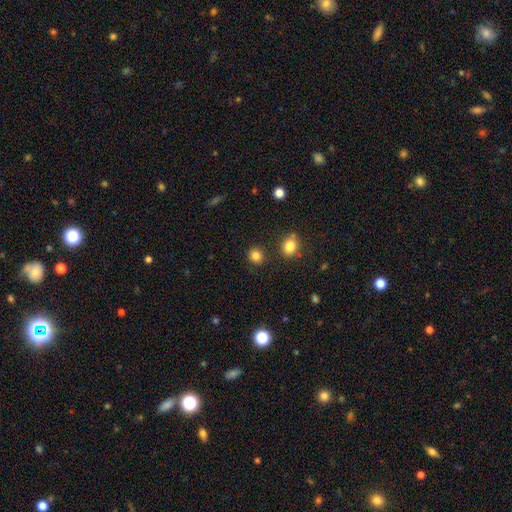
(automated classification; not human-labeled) Smooth or featured?
  - smooth: 83% *
  - star or artifact: 12%
  - featured or disk: 4%
How rounded?
  - round: 83% *
  - in between: 16%
  - cigar-shaped: 1%
Merging?
  - none: 86% *
  - minor disturbance: 7%
  - merger: 4%
  - major disturbance: 2%